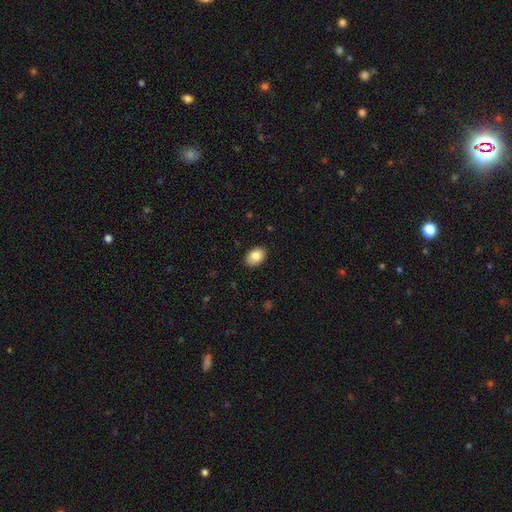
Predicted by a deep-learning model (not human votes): Smooth or featured?
  - smooth: 85% *
  - featured or disk: 8%
  - star or artifact: 7%
How rounded?
  - in between: 83% *
  - round: 16%
  - cigar-shaped: 1%
Merging?
  - none: 88% *
  - minor disturbance: 9%
  - major disturbance: 2%
  - merger: 1%